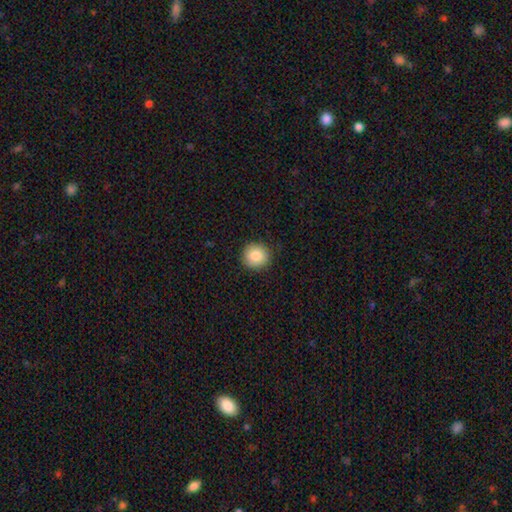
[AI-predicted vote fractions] smooth-or-featured: smooth: 85% | star or artifact: 8% | featured or disk: 6%
  how-rounded: round: 92% | in between: 7% | cigar-shaped: 1%
  merging: none: 90% | minor disturbance: 7% | major disturbance: 2% | merger: 1%